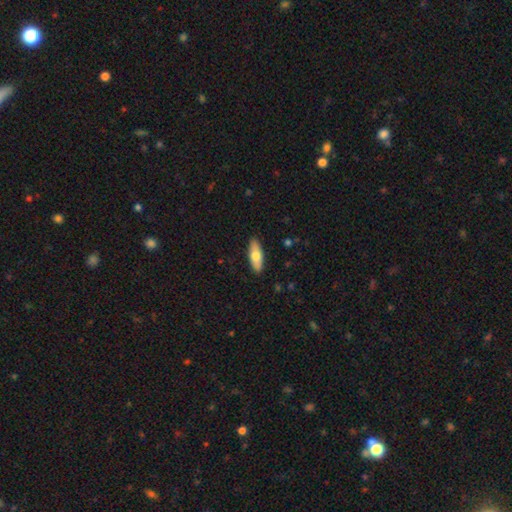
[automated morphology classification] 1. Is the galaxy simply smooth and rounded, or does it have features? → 69% smooth, 25% featured or disk, 6% star or artifact.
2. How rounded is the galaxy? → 64% in between, 34% cigar-shaped, 2% round.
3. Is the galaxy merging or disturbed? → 89% none, 8% minor disturbance, 2% major disturbance, 1% merger.